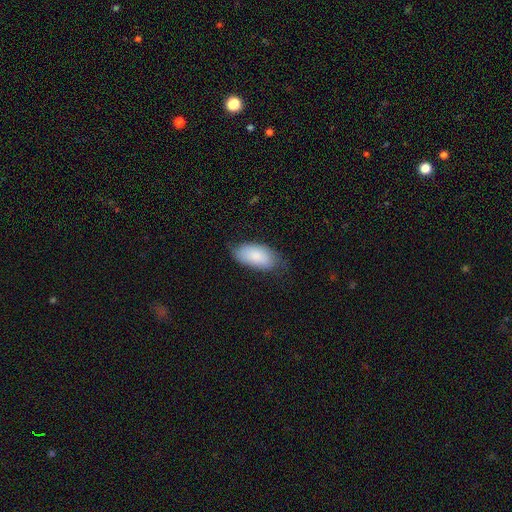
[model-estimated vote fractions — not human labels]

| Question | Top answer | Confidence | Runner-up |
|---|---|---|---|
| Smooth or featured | smooth | 83% | featured or disk (11%) |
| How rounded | in between | 94% | cigar-shaped (4%) |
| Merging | none | 65% | minor disturbance (27%) |